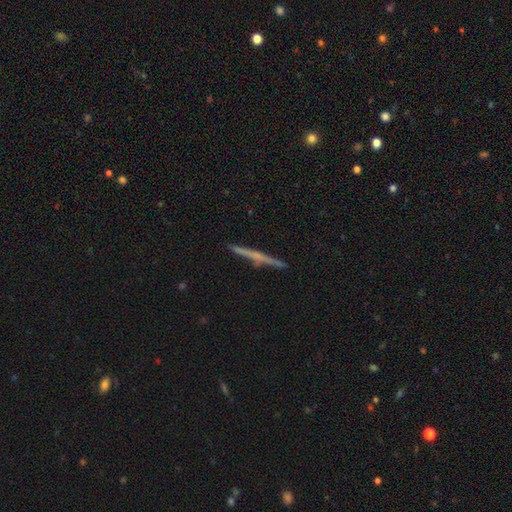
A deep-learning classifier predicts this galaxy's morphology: A featured or disk galaxy (62%) viewed edge-on (98%) with no central bulge (67%). Merging: none (90%).